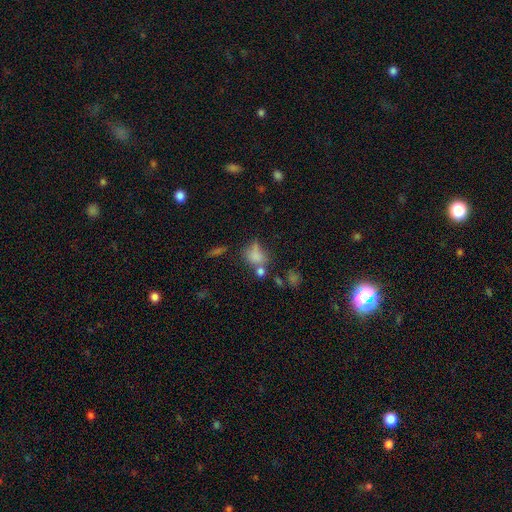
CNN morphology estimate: type=smooth (71%); roundness=in between (57%); merging=none (38%).